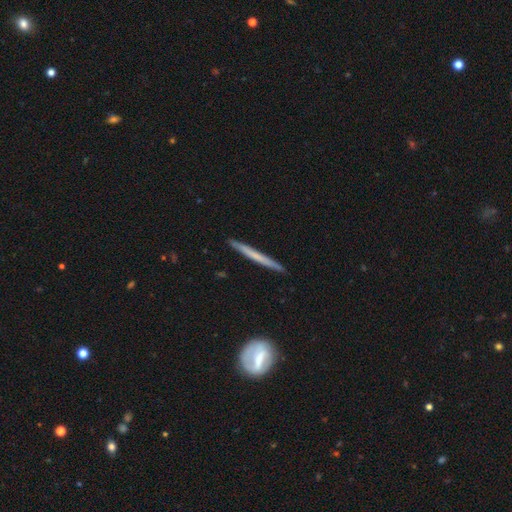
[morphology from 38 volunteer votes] smooth_or_featured: featured or disk (p=0.71) [alt: smooth p=0.26]
disk_edge_on: yes (p=1.00)
edge_on_bulge: none (p=0.93) [alt: boxy p=0.07]
merging: none (p=0.97) [alt: minor disturbance p=0.03]